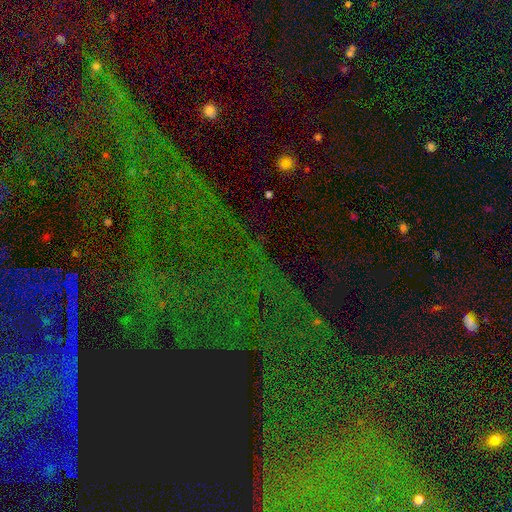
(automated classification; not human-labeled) This appears to be a star or artifact, not a galaxy (77%).